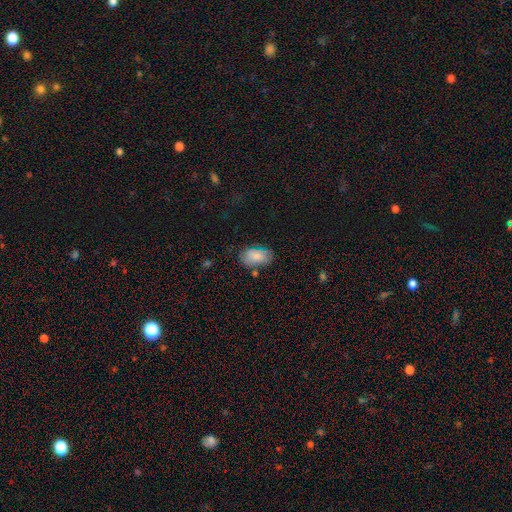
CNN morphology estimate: Overall: smooth (76%). How rounded: in between (90%). Merging: none (68%).